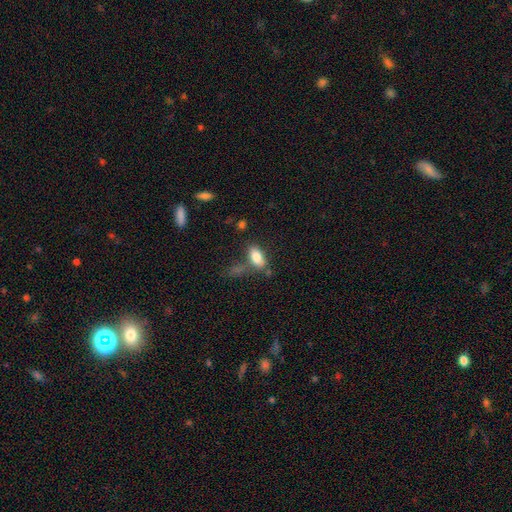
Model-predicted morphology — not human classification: This appears to be a smooth galaxy with no disk features (82%) that is in between round and cigar-shaped (88%). Merging: none (60%).